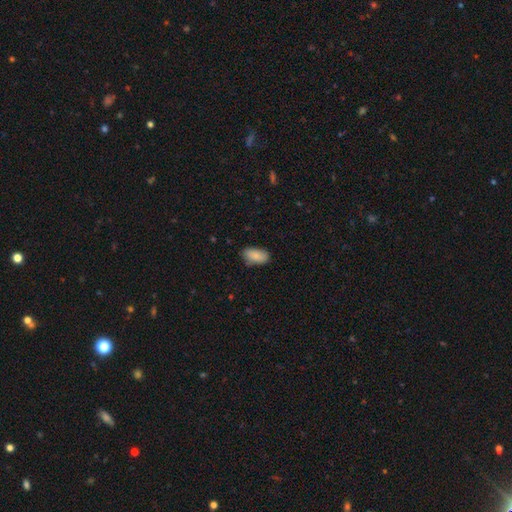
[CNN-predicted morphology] Smooth or featured? smooth (87%)
How rounded? in between (93%)
Merging? none (80%)